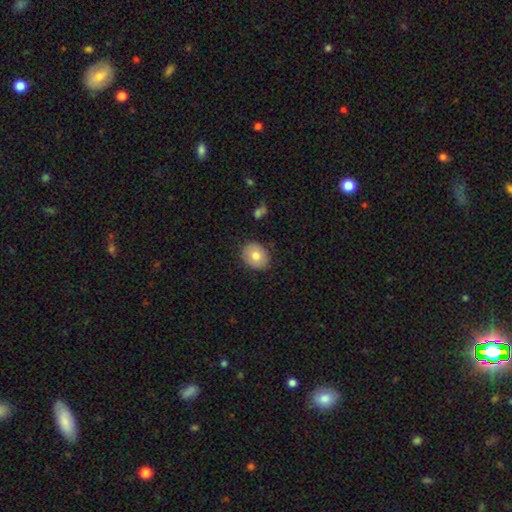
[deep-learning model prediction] smooth_or_featured: smooth (p=0.79) [alt: featured or disk p=0.13]
how_rounded: round (p=0.53) [alt: in between p=0.46]
merging: none (p=0.86) [alt: minor disturbance p=0.11]